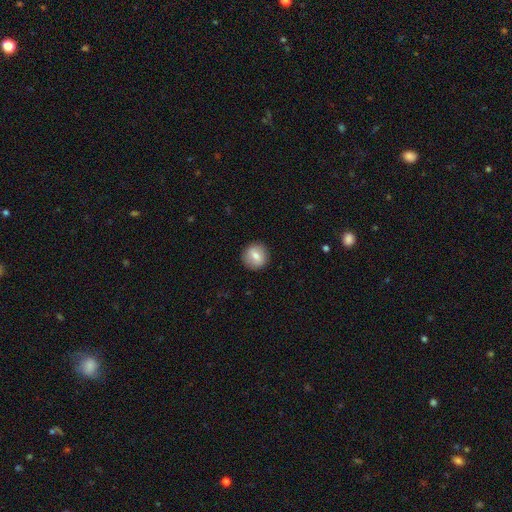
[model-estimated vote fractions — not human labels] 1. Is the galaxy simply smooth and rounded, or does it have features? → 71% smooth, 21% featured or disk, 8% star or artifact.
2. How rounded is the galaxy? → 89% round, 10% in between, 1% cigar-shaped.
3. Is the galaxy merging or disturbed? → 90% none, 7% minor disturbance, 2% major disturbance, 1% merger.